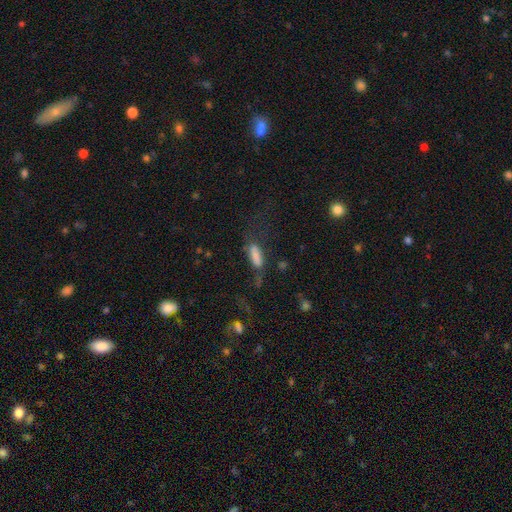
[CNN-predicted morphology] smooth-or-featured: smooth: 75% | featured or disk: 15% | star or artifact: 11%
  how-rounded: in between: 52% | cigar-shaped: 45% | round: 3%
  merging: none: 39% | major disturbance: 32% | minor disturbance: 21% | merger: 7%